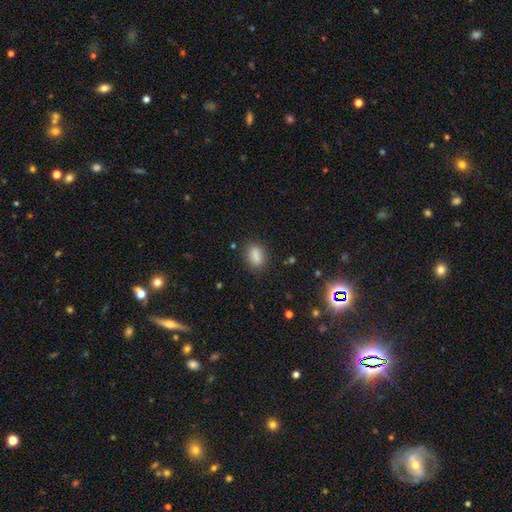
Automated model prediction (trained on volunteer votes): A smooth galaxy with no disk features (84%) that is in between round and cigar-shaped (76%). Merging: none (82%).